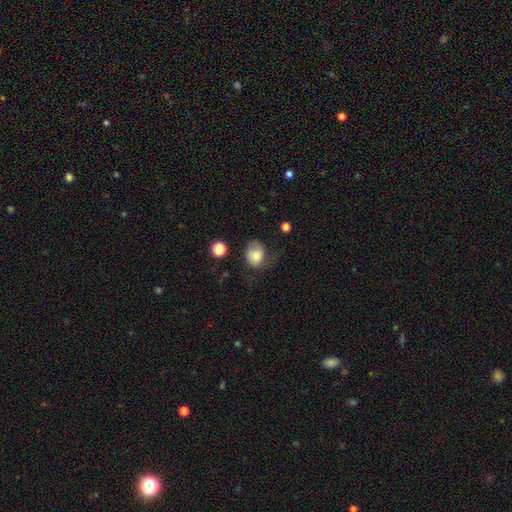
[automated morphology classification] smooth 71%, featured or disk 20%, star or artifact 9%. Down the decision tree: how rounded — round (56%); merging — none (35%).